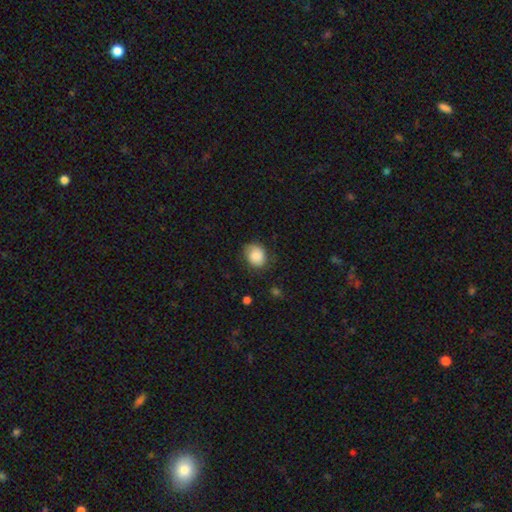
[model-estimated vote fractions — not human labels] A smooth galaxy with no disk features (73%) that is round (56%).

Vote fractions:
- Smooth or featured? smooth: 73% / featured or disk: 18% / star or artifact: 8%
- How rounded? round: 56% / in between: 43% / cigar-shaped: 1%
- Merging? none: 68% / minor disturbance: 23% / major disturbance: 7% / merger: 1%